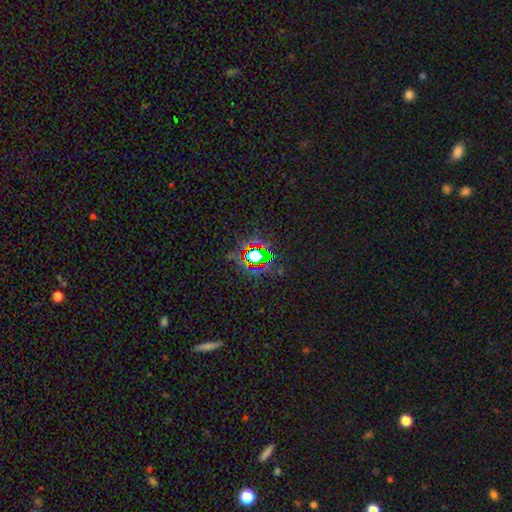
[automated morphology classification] star or artifact 74%, smooth 16%, featured or disk 10%.